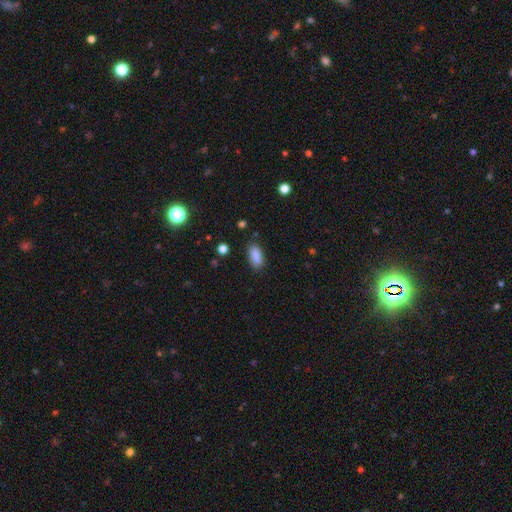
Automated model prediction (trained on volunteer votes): Morphology: type=smooth (88%); roundness=in between (87%); merging=none (86%).